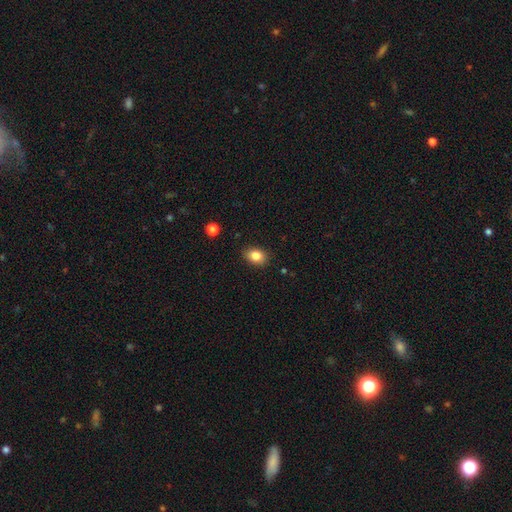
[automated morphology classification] Q: Smooth or featured?
A: smooth (84%); runner-up: star or artifact (10%)
Q: How rounded?
A: in between (69%); runner-up: round (30%)
Q: Merging?
A: none (86%); runner-up: minor disturbance (11%)